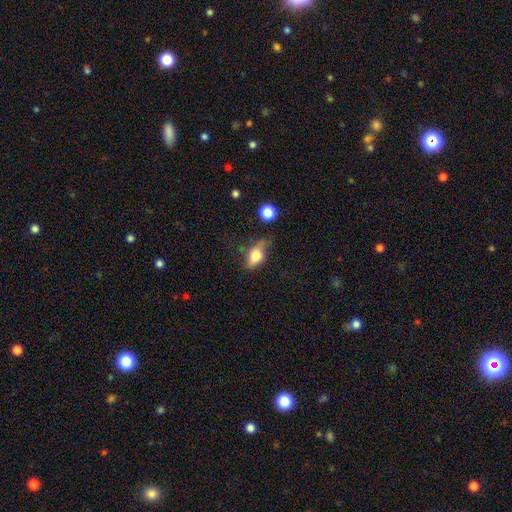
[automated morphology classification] A smooth galaxy with no disk features (66%) that is in between round and cigar-shaped (76%).

Vote fractions:
- Smooth or featured? smooth: 66% / featured or disk: 24% / star or artifact: 10%
- How rounded? in between: 76% / round: 18% / cigar-shaped: 6%
- Merging? none: 43% / minor disturbance: 32% / major disturbance: 20% / merger: 6%